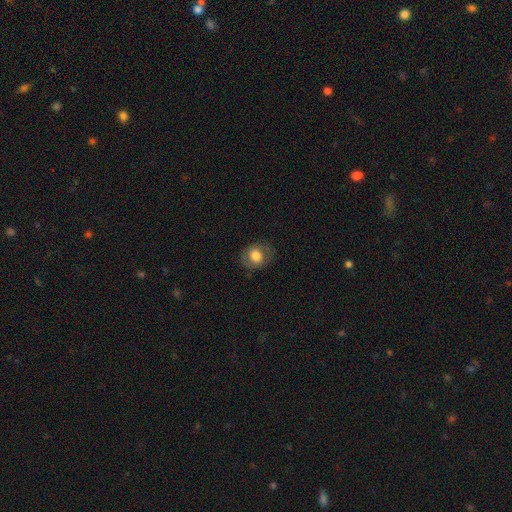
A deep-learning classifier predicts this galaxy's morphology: This appears to be a smooth galaxy with no disk features (74%) that is round (61%). Merging: none (81%).